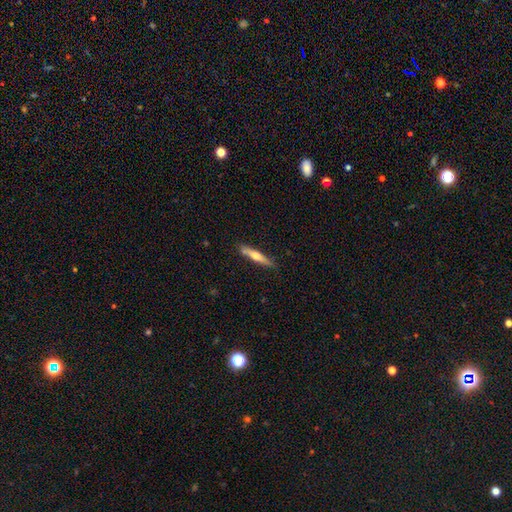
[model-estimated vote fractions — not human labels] This appears to be a featured or disk galaxy (47%, tied with smooth). Merging: none (82%).